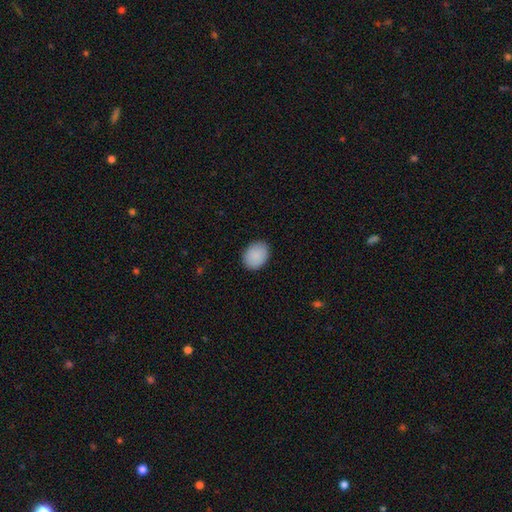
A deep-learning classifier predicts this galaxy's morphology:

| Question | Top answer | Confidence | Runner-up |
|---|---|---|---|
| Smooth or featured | smooth | 89% | star or artifact (7%) |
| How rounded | in between | 63% | round (36%) |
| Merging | none | 88% | minor disturbance (9%) |